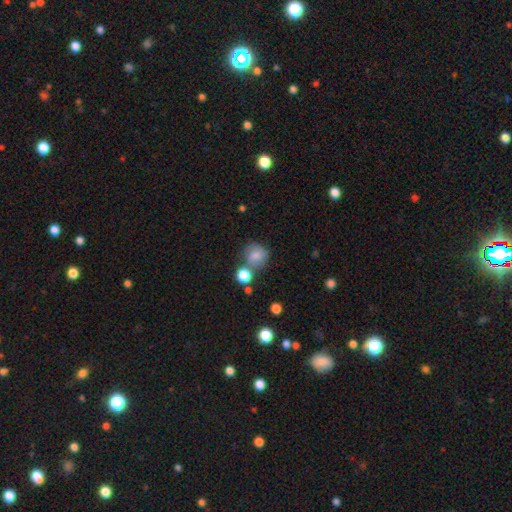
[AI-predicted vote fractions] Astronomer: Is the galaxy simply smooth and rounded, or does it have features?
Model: smooth — 76%.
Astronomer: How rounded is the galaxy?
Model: round — 83%.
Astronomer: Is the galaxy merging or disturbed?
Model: none — 58%.